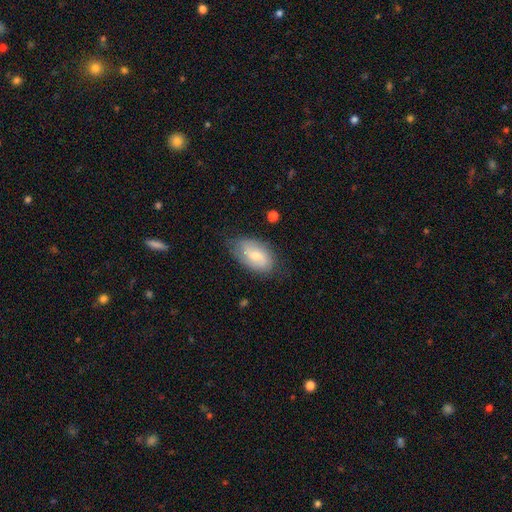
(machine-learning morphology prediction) Smooth or featured: featured or disk — 49% (smooth — 45%)
Merging: none — 71% (minor disturbance — 22%)